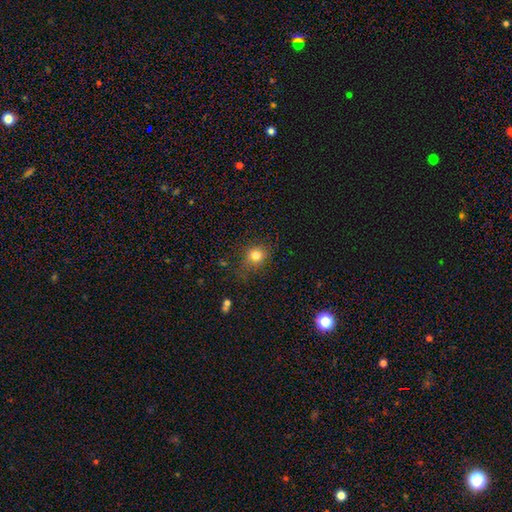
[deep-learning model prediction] Smooth or featured: smooth — 76% (star or artifact — 16%)
How rounded: round — 83% (in between — 16%)
Merging: none — 75% (minor disturbance — 16%)